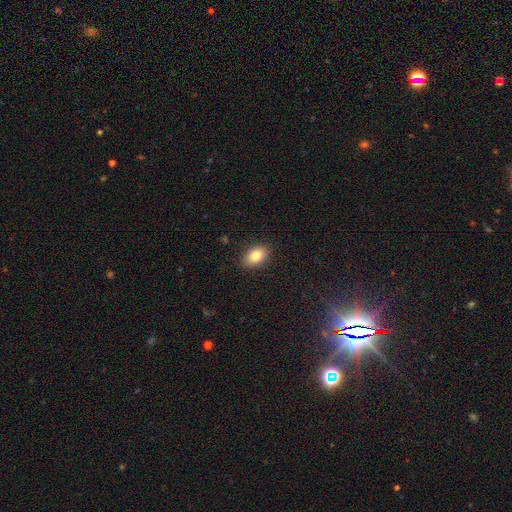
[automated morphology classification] type=smooth (82%); roundness=in between (87%); merging=none (87%).